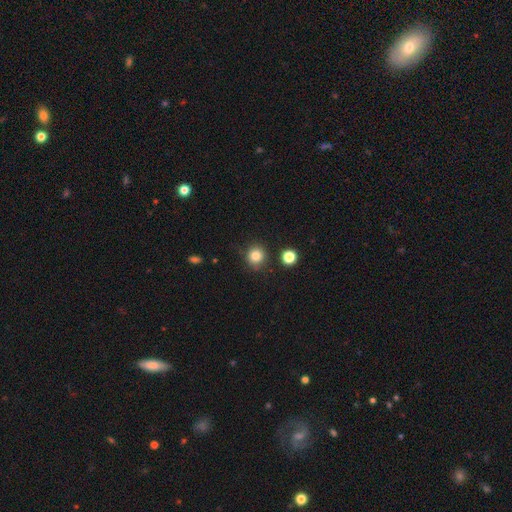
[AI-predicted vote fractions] smooth_or_featured: smooth (p=0.84) [alt: star or artifact p=0.12]
how_rounded: round (p=0.91) [alt: in between p=0.08]
merging: none (p=0.84) [alt: minor disturbance p=0.10]